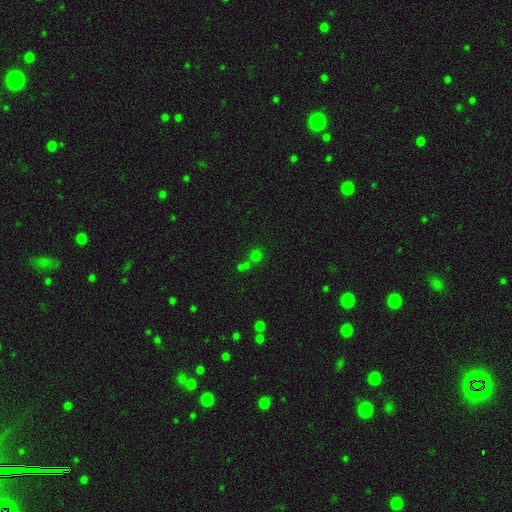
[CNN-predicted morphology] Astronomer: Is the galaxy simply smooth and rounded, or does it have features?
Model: smooth — 57% (runner-up: star or artifact, 35%).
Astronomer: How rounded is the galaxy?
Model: round — 87%.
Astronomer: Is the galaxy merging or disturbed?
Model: none — 55% (runner-up: merger, 33%).